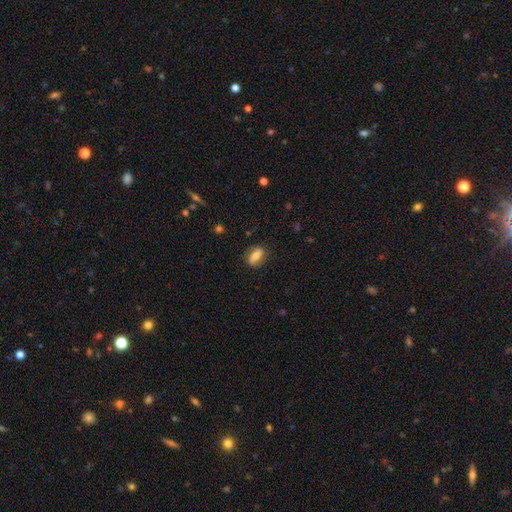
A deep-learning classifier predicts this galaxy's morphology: This appears to be a smooth galaxy with no disk features (60%) that is in between round and cigar-shaped (79%). Merging: none (79%).